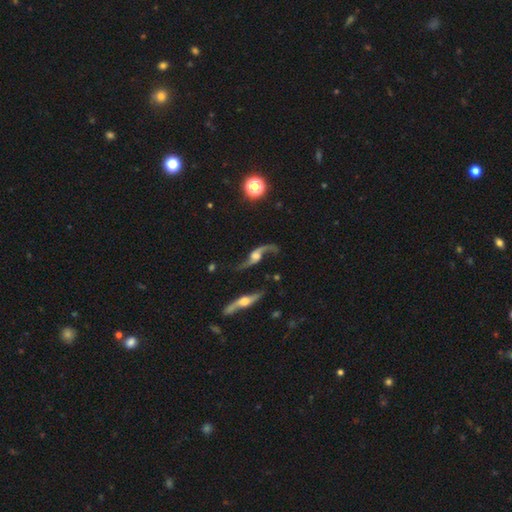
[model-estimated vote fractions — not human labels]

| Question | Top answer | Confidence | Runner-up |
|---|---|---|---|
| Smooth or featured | featured or disk | 89% | star or artifact (6%) |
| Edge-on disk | no | 88% | yes (12%) |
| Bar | no | 59% | weak (31%) |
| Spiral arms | yes | 96% | no (4%) |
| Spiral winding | loose | 92% | medium (6%) |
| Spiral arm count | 2 | 93% | 1 (3%) |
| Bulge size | moderate | 41% | large (25%) |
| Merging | none | 66% | minor disturbance (15%) |